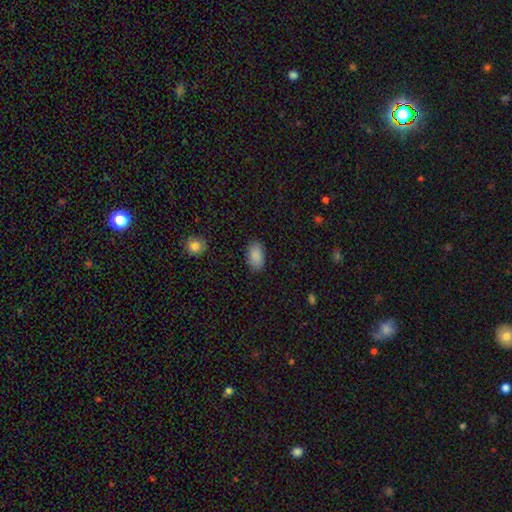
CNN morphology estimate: Smooth or featured? smooth (89%)
How rounded? in between (93%)
Merging? none (87%)